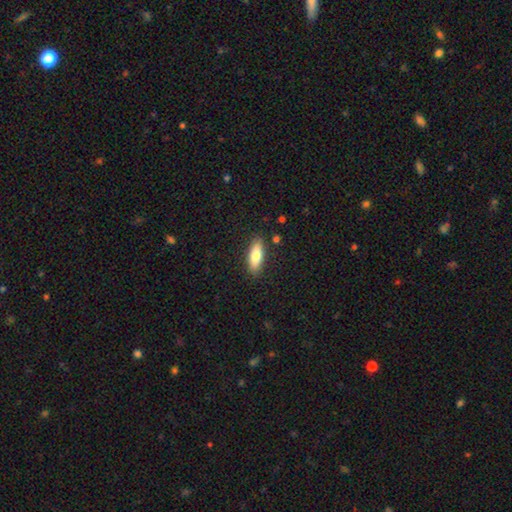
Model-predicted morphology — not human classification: Overall: smooth (74%). How rounded: in between (61%; cigar-shaped 37%). Merging: none (86%).